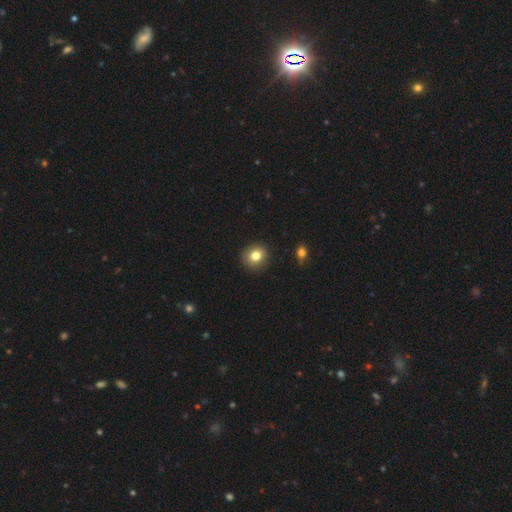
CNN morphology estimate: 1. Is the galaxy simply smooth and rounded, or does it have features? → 80% smooth, 11% star or artifact, 9% featured or disk.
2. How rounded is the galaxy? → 81% round, 18% in between, 1% cigar-shaped.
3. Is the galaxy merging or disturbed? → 89% none, 8% minor disturbance, 2% major disturbance, 1% merger.